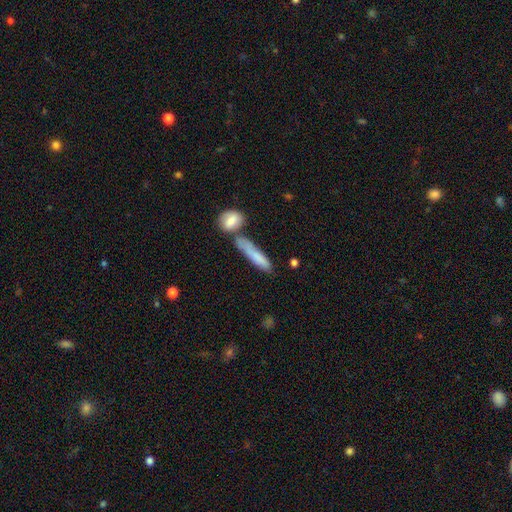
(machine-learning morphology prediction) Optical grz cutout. It shows a smooth galaxy with no disk features (73%) that is cigar-shaped (81%). Merging: none (51%).